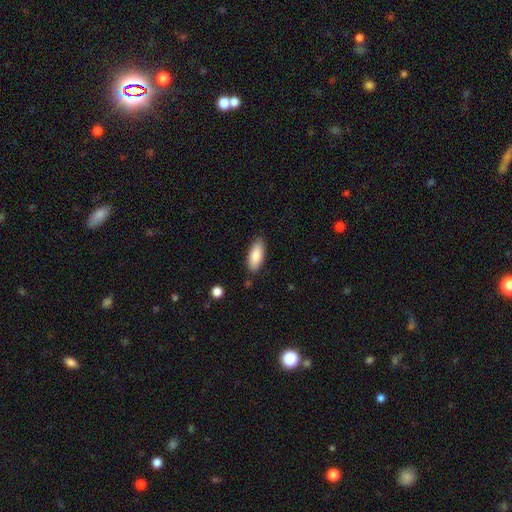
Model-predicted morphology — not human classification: This is clearly a smooth galaxy (87%). How rounded: clearly in between (83%). Merging: clearly none (84%).